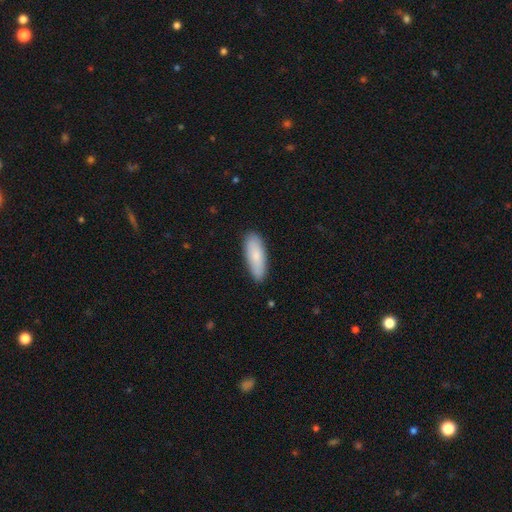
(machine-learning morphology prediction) smooth_or_featured: smooth (p=0.84) [alt: featured or disk p=0.11]
how_rounded: in between (p=0.63) [alt: cigar-shaped p=0.35]
merging: none (p=0.87) [alt: minor disturbance p=0.10]